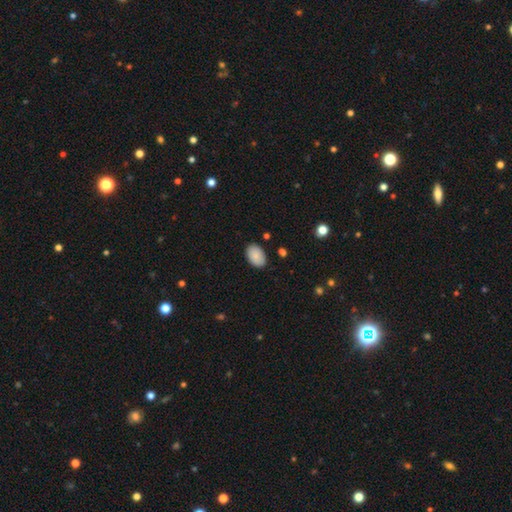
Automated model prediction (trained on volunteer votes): This is clearly a smooth galaxy (87%). How rounded: clearly in between (89%). Merging: clearly none (86%).